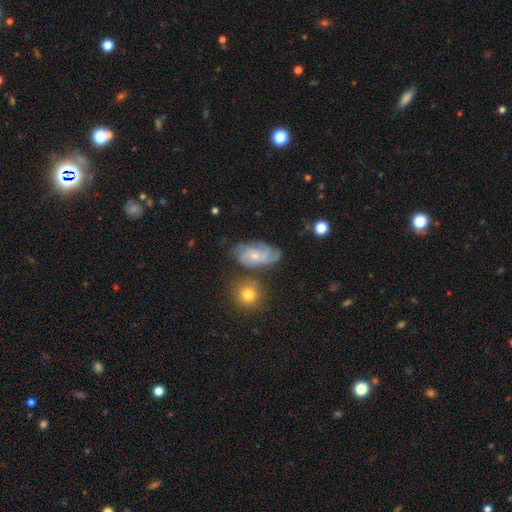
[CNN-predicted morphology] smooth_or_featured: featured or disk (p=0.70) [alt: smooth p=0.23]
disk_edge_on: no (p=0.96) [alt: yes p=0.04]
bar: no (p=0.71) [alt: weak p=0.25]
has_spiral_arms: yes (p=0.91) [alt: no p=0.09]
spiral_winding: tight (p=0.48) [alt: medium p=0.39]
spiral_arm_count: can't tell (p=0.33) [alt: 3 p=0.29]
bulge_size: small (p=0.61) [alt: moderate p=0.31]
merging: none (p=0.59) [alt: minor disturbance p=0.23]